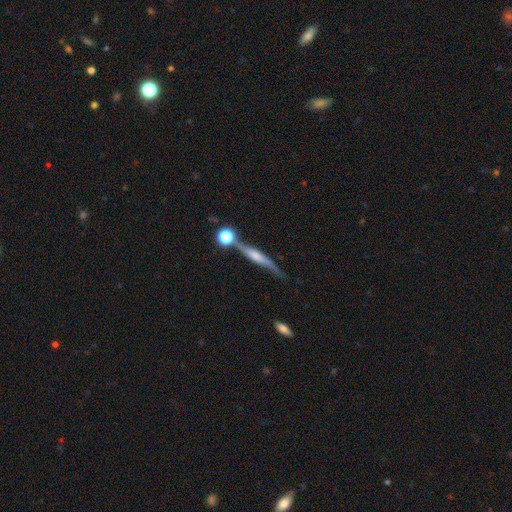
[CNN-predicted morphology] featured or disk 63%, smooth 28%, star or artifact 8%. Down the decision tree: edge-on disk — yes (88%); edge-on bulge — rounded (46%); merging — none (60%).